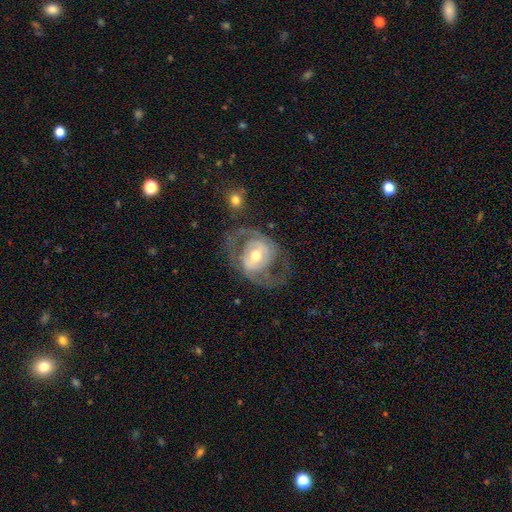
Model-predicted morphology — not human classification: featured or disk 82%, smooth 13%, star or artifact 5%. Down the decision tree: edge-on disk — no (97%); bar — no (45%); spiral arms — yes (82%); spiral arm count — 2 (83%); spiral winding — medium (50%); bulge size — moderate (70%); merging — none (61%).